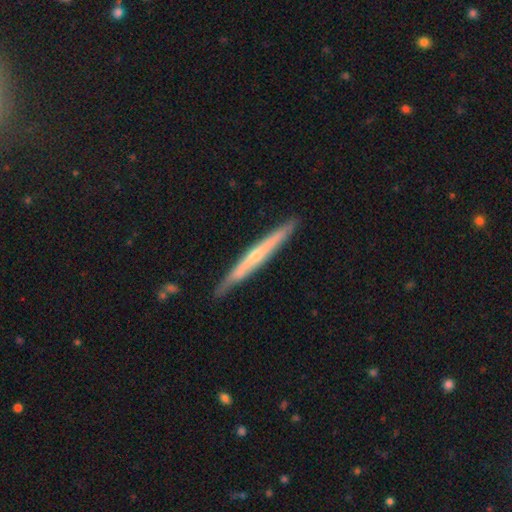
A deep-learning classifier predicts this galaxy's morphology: Smooth or featured? featured or disk (68%)
Edge-on disk? yes (96%)
Edge-on bulge? rounded (60%)
Merging? none (87%)